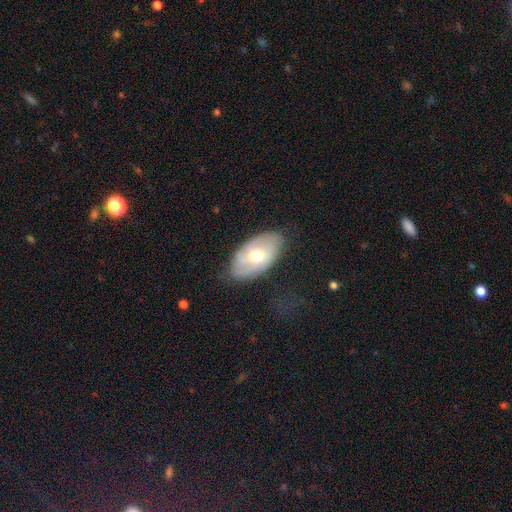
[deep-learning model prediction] A featured or disk galaxy (48%).

Vote fractions:
- Smooth or featured? featured or disk: 48% / smooth: 46% / star or artifact: 6%
- Merging? none: 72% / minor disturbance: 21% / major disturbance: 6% / merger: 1%